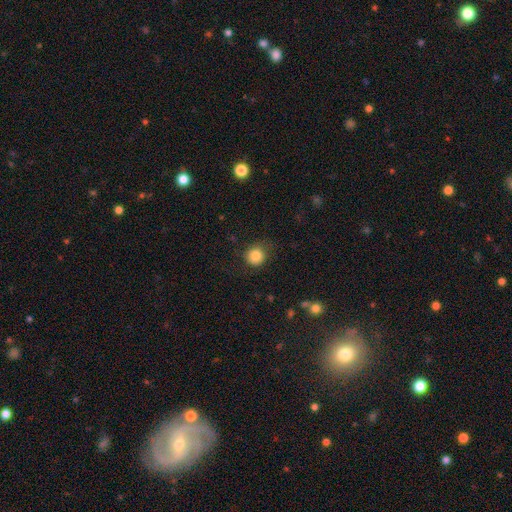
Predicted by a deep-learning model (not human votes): This appears to be a smooth galaxy with no disk features (84%) that is round (90%). Merging: none (78%).